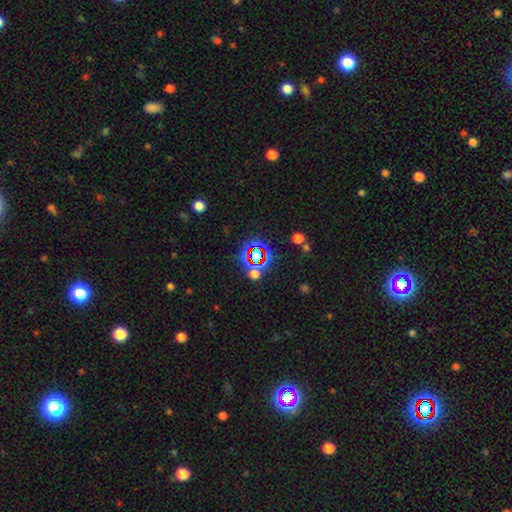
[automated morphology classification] star or artifact 69%, smooth 21%, featured or disk 10%.